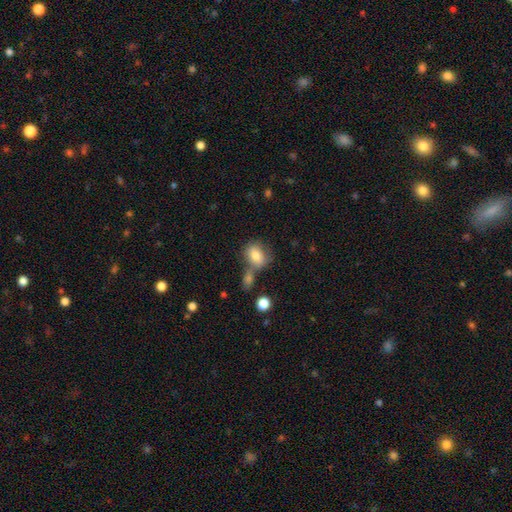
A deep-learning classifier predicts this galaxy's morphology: smooth_or_featured: smooth (p=0.80) [alt: featured or disk p=0.12]
how_rounded: in between (p=0.59) [alt: round p=0.39]
merging: none (p=0.48) [alt: merger p=0.30]